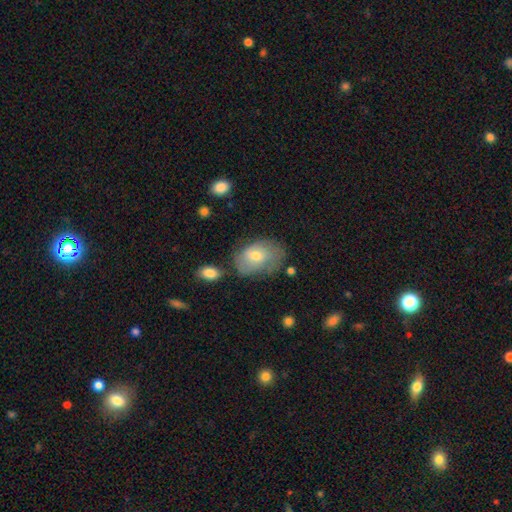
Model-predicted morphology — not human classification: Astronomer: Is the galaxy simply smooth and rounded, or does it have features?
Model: smooth — 64%.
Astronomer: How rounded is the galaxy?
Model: in between — 79%.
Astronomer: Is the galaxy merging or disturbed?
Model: none — 52% (runner-up: minor disturbance, 30%).